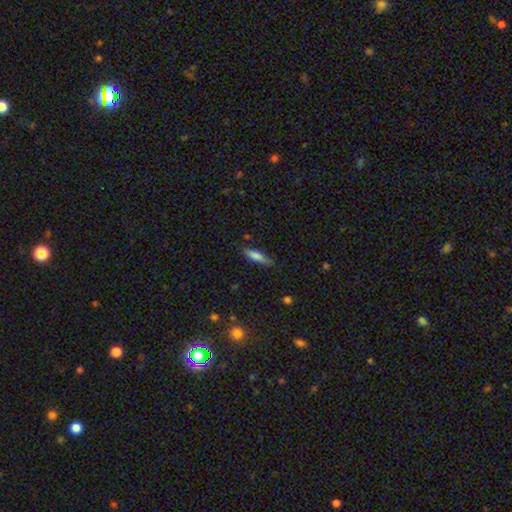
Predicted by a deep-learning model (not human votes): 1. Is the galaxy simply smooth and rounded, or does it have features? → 76% smooth, 17% featured or disk, 8% star or artifact.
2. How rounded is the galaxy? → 64% cigar-shaped, 34% in between, 2% round.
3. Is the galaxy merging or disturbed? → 76% none, 18% minor disturbance, 4% major disturbance, 2% merger.